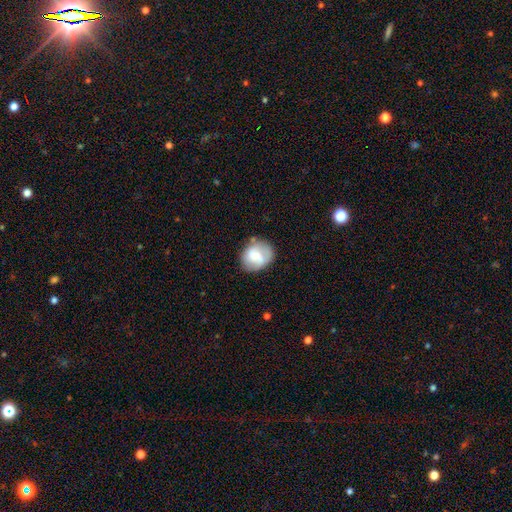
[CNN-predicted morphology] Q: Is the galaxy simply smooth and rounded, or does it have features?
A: smooth — 64%.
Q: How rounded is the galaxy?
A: round — 56%.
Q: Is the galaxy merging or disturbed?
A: none — 62%.